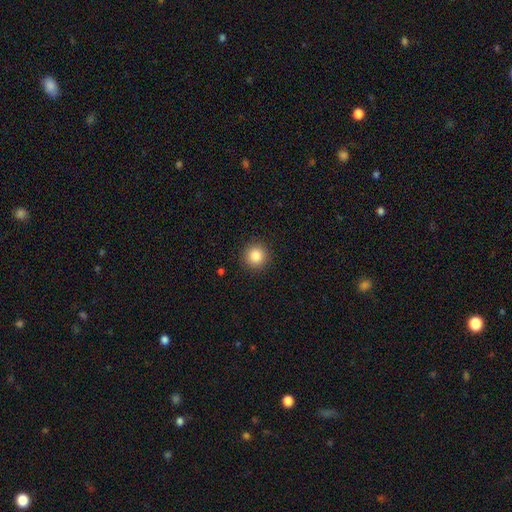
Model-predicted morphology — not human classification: Smooth or featured? smooth (86%)
How rounded? round (95%)
Merging? none (92%)